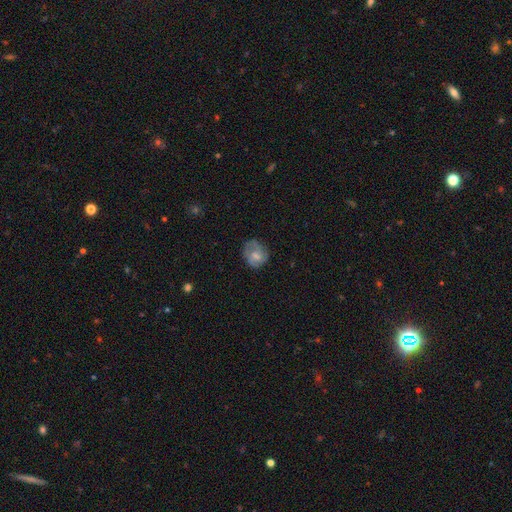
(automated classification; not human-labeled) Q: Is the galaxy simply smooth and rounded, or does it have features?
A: smooth — 51%.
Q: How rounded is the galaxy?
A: round — 61%.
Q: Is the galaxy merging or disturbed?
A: none — 57%.